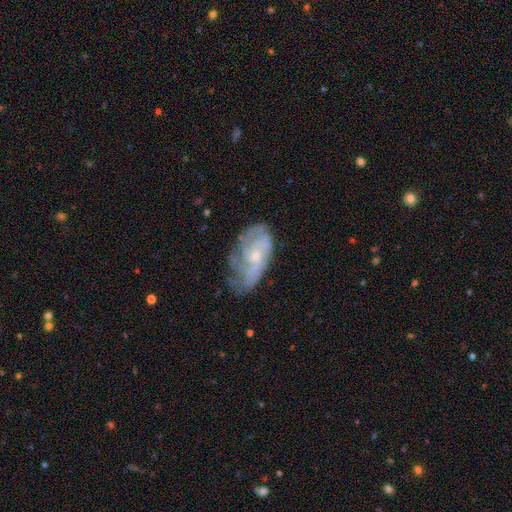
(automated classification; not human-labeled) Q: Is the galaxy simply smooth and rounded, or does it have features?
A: featured or disk — 77%.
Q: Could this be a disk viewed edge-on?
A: no — 95%.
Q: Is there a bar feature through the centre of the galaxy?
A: no — 72%.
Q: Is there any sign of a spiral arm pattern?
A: yes — 88%.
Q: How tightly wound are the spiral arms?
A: tight — 52%.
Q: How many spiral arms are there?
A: can't tell — 43%.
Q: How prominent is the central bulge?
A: small — 69%.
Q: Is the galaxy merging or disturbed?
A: none — 56%.